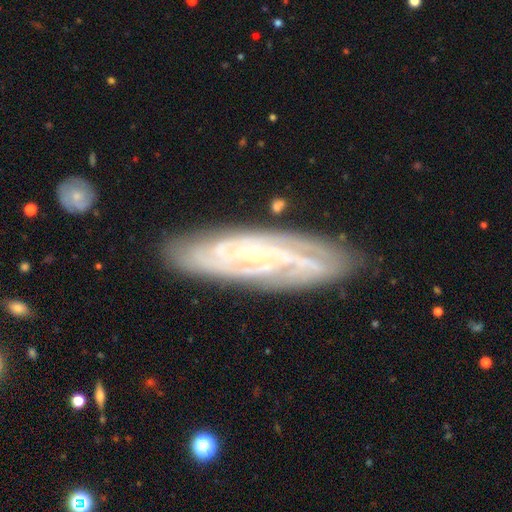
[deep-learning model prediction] Overall: featured or disk (85%). Edge-on disk: no (86%). Bar: no (60%; weak 28%). Spiral arms: yes (97%). Spiral arm count: 3 (25%; can't tell 24%). Spiral winding: tight (71%). Bulge size: small (82%). Merging: none (81%).